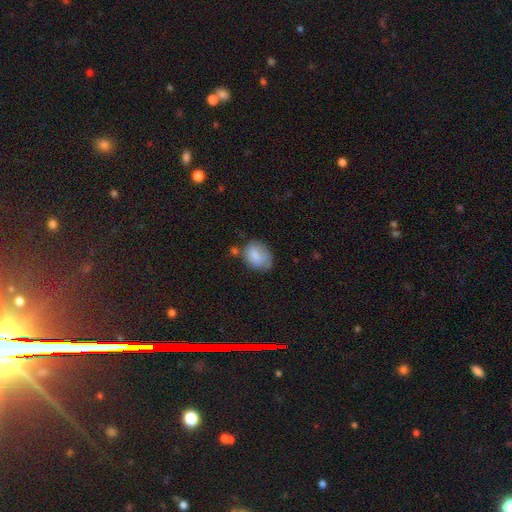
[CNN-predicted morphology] smooth 79%, featured or disk 13%, star or artifact 8%. Down the decision tree: how rounded — in between (67%); merging — none (51%).